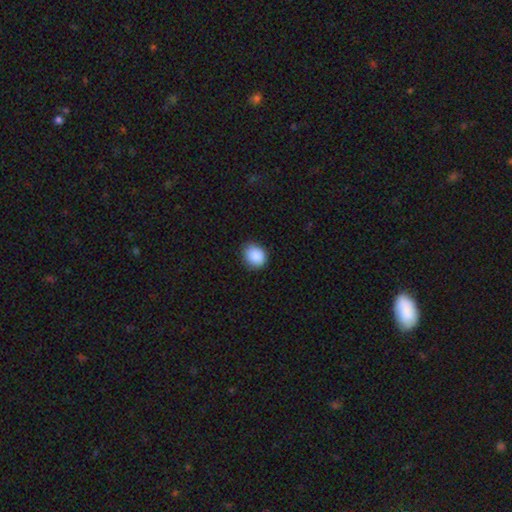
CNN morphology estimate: The model was most divided on "how rounded": round: 60%, in between: 40%, cigar-shaped: 1%. More confident: smooth or featured — smooth (89%); merging — none (83%).